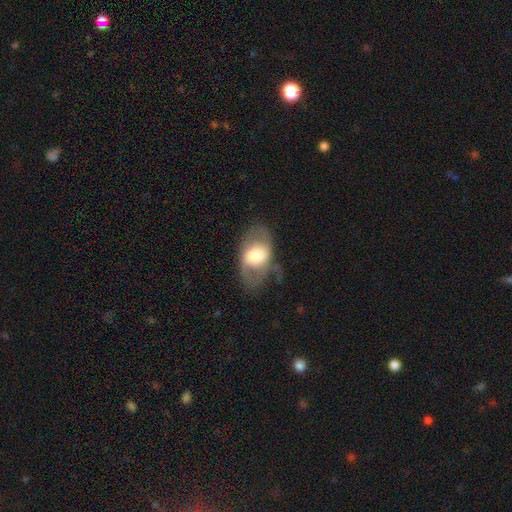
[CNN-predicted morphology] The model was most divided on "smooth or featured": smooth: 54%, featured or disk: 39%, star or artifact: 7%. More confident: how rounded — in between (86%); merging — none (62%).